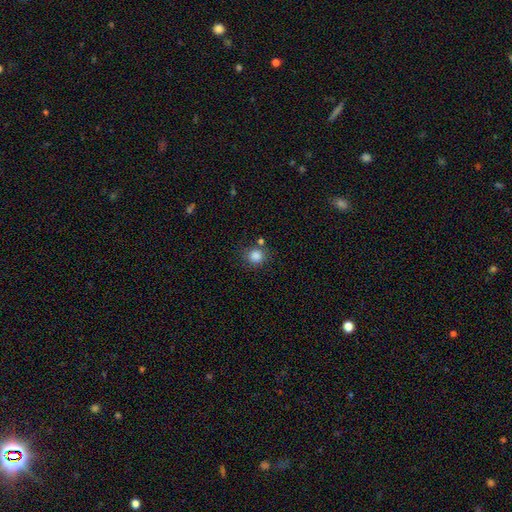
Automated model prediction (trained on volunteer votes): Morphology: type=smooth (85%); roundness=round (85%); merging=none (75%).